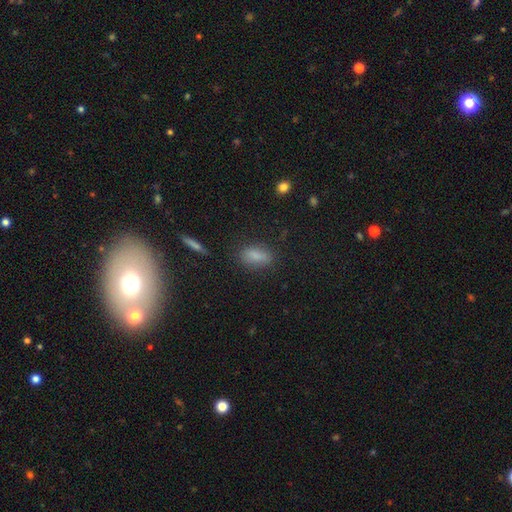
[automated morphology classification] Smooth or featured: smooth — 82% (star or artifact — 11%)
How rounded: in between — 83% (cigar-shaped — 11%)
Merging: none — 80% (minor disturbance — 14%)